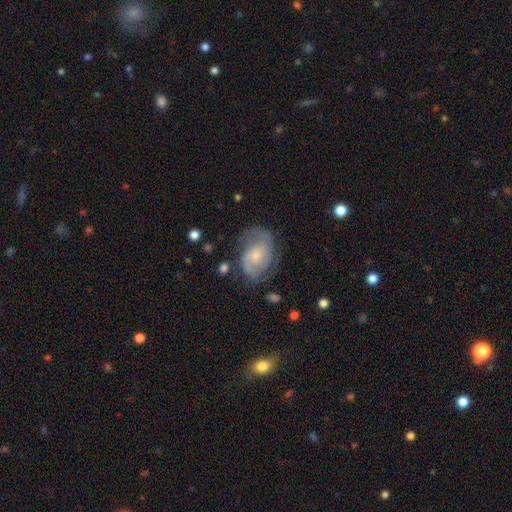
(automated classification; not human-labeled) Smooth or featured? Predicted: featured or disk (p=0.77). Edge-on disk? Predicted: no (p=0.97). Bar? Predicted: no (p=0.66). Spiral arms? Predicted: yes (p=0.93). Spiral winding? Predicted: medium (p=0.47). Spiral arm count? Predicted: 2 (p=0.74). Bulge size? Predicted: small (p=0.61). Merging? Predicted: none (p=0.63).